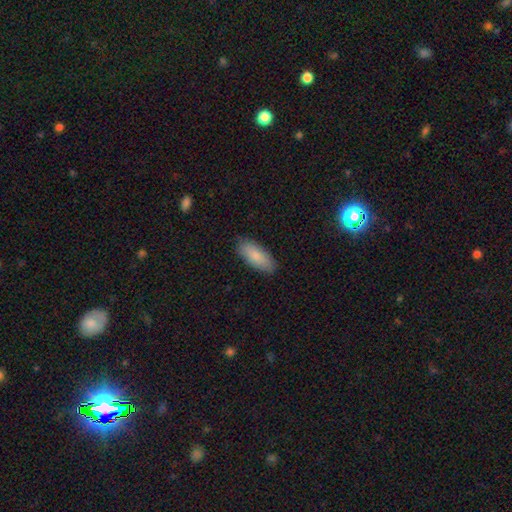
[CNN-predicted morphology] A smooth galaxy with no disk features (84%) that is in between round and cigar-shaped (82%). Merging: none (86%).